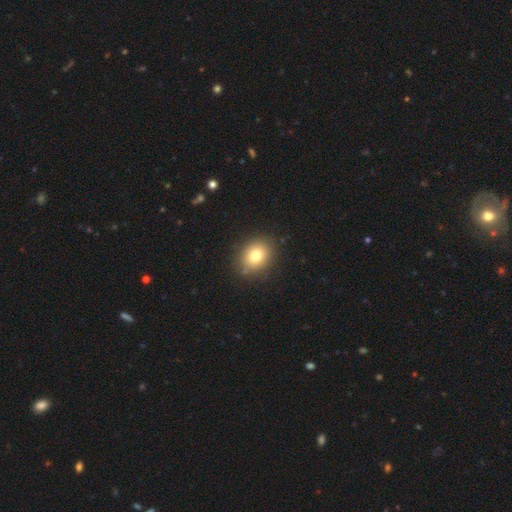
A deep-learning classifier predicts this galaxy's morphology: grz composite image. It shows a smooth galaxy with no disk features (79%) that is round (53%). Merging: none (87%).